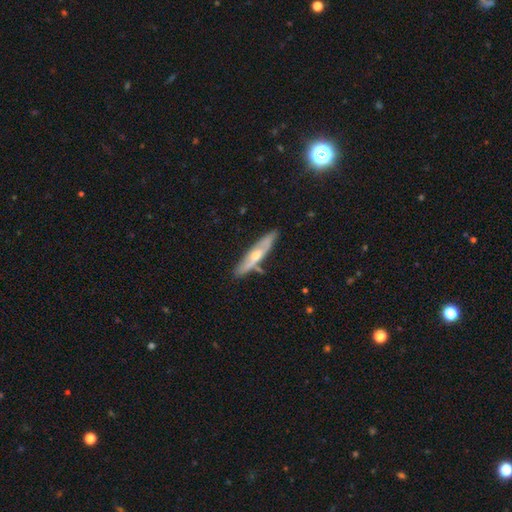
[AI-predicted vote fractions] smooth_or_featured: featured or disk (p=0.58) [alt: smooth p=0.36]
disk_edge_on: yes (p=0.77) [alt: no p=0.23]
merging: none (p=0.78) [alt: minor disturbance p=0.14]